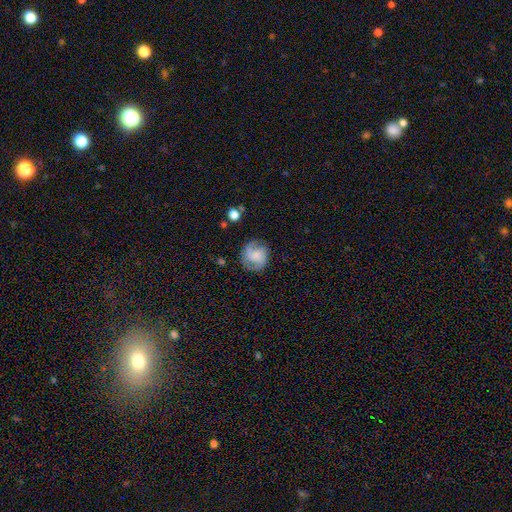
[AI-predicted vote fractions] smooth-or-featured: featured or disk: 53% | smooth: 38% | star or artifact: 9%
  disk-edge-on: no: 98% | yes: 2%
    bar: no: 66% | weak: 28% | strong: 6%
    has-spiral-arms: yes: 89% | no: 11%
    bulge-size: none: 36% | small: 26% | moderate: 21% | large: 13% | dominant: 4%
  merging: none: 71% | minor disturbance: 18% | major disturbance: 8% | merger: 2%